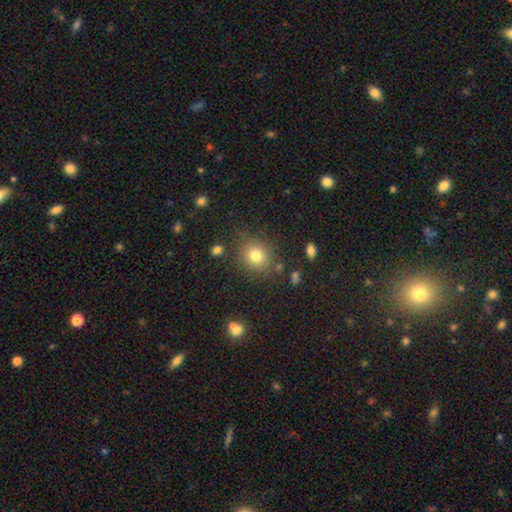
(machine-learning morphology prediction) smooth_or_featured: smooth (p=0.78) [alt: star or artifact p=0.14]
how_rounded: round (p=0.78) [alt: in between p=0.21]
merging: none (p=0.82) [alt: minor disturbance p=0.11]